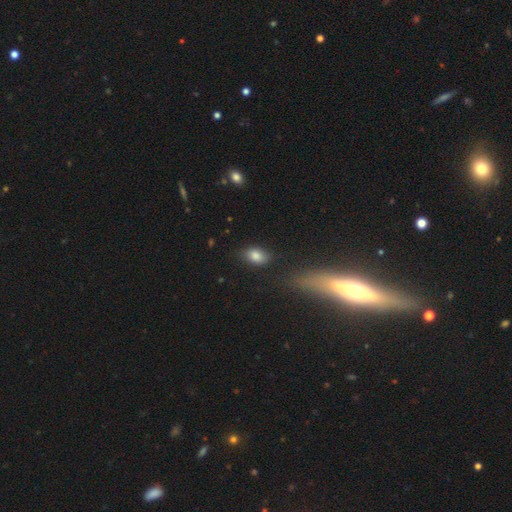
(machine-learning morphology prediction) smooth_or_featured: smooth (p=0.82) [alt: star or artifact p=0.09]
how_rounded: in between (p=0.85) [alt: round p=0.12]
merging: none (p=0.78) [alt: minor disturbance p=0.15]